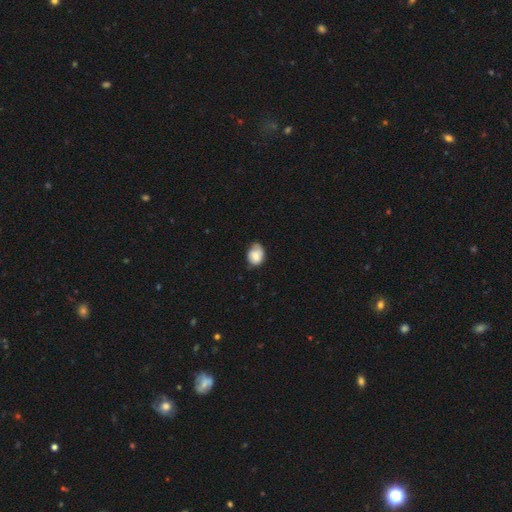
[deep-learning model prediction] smooth-or-featured: smooth: 71% | featured or disk: 21% | star or artifact: 8%
  how-rounded: in between: 57% | round: 42% | cigar-shaped: 1%
  merging: none: 50% | minor disturbance: 38% | major disturbance: 9% | merger: 2%